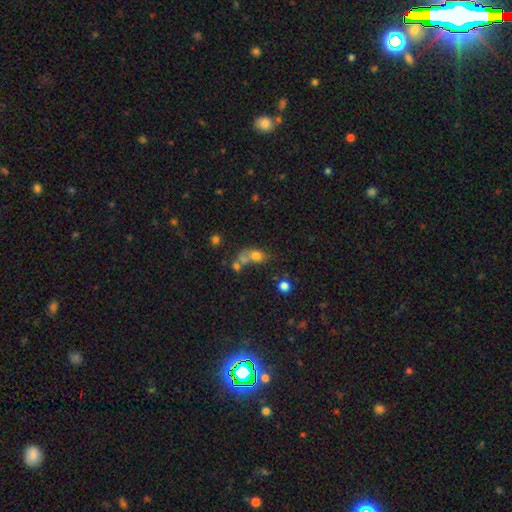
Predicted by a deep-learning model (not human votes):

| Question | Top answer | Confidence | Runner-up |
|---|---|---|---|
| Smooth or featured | smooth | 69% | featured or disk (16%) |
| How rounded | in between | 64% | round (33%) |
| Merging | merger | 50% | none (28%) |